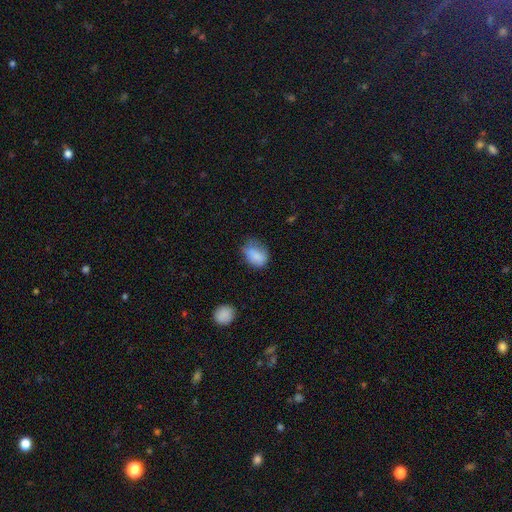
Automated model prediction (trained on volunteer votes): A smooth galaxy with no disk features (83%) that is in between round and cigar-shaped (75%). Merging: none (48%).